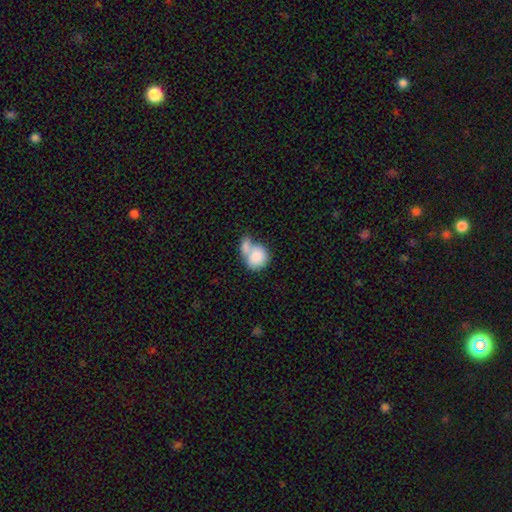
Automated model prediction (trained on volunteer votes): smooth-or-featured: smooth: 81% | featured or disk: 12% | star or artifact: 7%
  how-rounded: round: 66% | in between: 33% | cigar-shaped: 1%
  merging: merger: 63% | none: 21% | minor disturbance: 10% | major disturbance: 6%